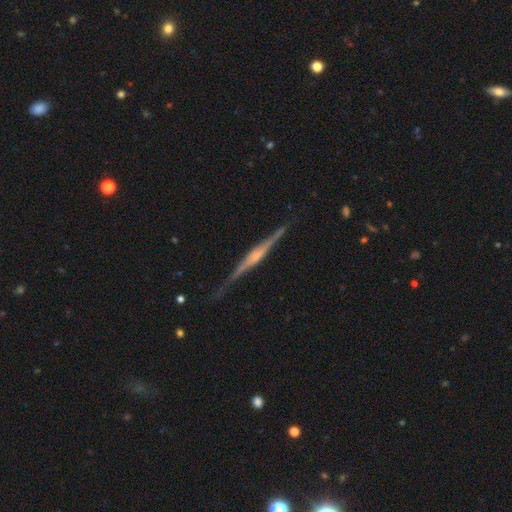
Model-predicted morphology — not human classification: smooth-or-featured: featured or disk: 84% | smooth: 11% | star or artifact: 5%
  disk-edge-on: yes: 98% | no: 2%
    edge-on-bulge: rounded: 67% | boxy: 19% | none: 14%
  merging: none: 83% | minor disturbance: 13% | major disturbance: 3% | merger: 2%